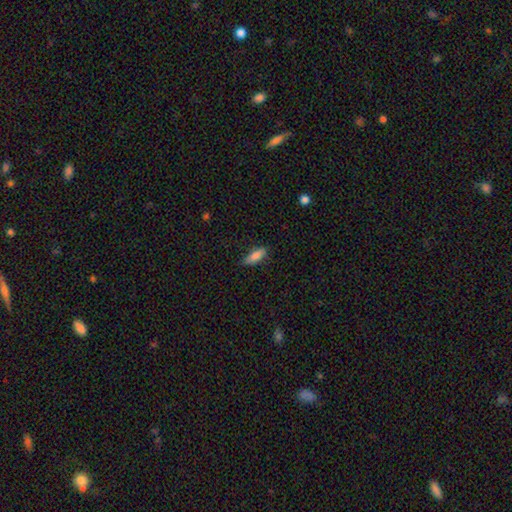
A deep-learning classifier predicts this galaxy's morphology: Overall: smooth (79%). How rounded: in between (61%; cigar-shaped 37%). Merging: none (79%).